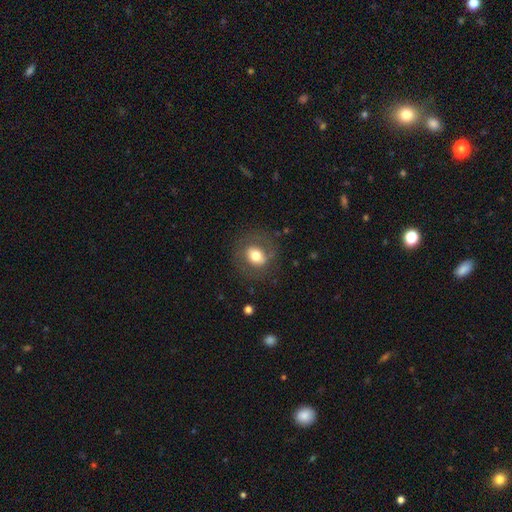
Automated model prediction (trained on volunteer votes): A smooth galaxy with no disk features (63%) that is round (57%).

Vote fractions:
- Smooth or featured? smooth: 63% / featured or disk: 28% / star or artifact: 9%
- How rounded? round: 57% / in between: 42% / cigar-shaped: 1%
- Merging? none: 75% / minor disturbance: 14% / major disturbance: 9% / merger: 1%